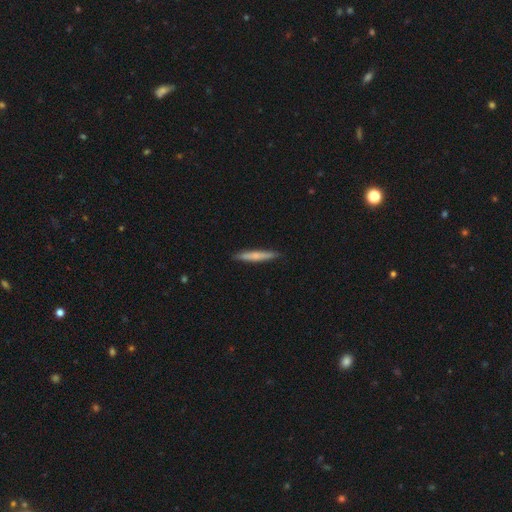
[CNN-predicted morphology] Smooth or featured: smooth — 65% (featured or disk — 30%)
How rounded: cigar-shaped — 94% (in between — 4%)
Merging: none — 90% (minor disturbance — 8%)